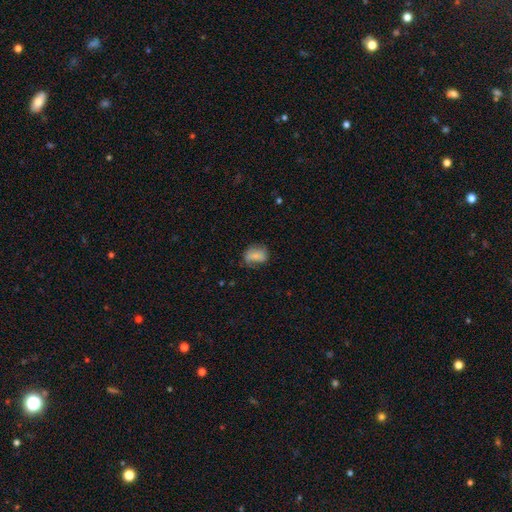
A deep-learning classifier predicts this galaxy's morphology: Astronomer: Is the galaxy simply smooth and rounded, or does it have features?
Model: smooth — 67%.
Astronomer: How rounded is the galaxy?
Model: in between — 70%.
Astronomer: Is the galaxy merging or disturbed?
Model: none — 52% (runner-up: minor disturbance, 31%).